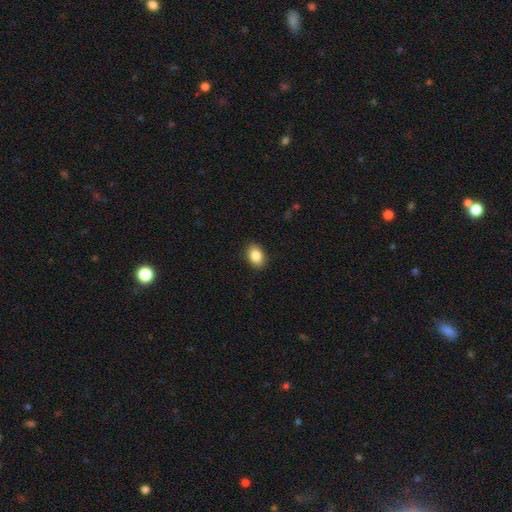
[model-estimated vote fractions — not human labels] Smooth or featured? smooth (86%)
How rounded? in between (76%)
Merging? none (89%)